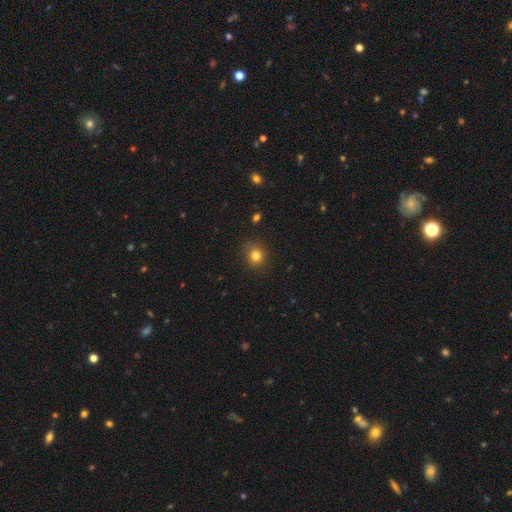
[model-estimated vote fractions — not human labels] A smooth galaxy with no disk features (79%) that is round (81%). Merging: none (84%).